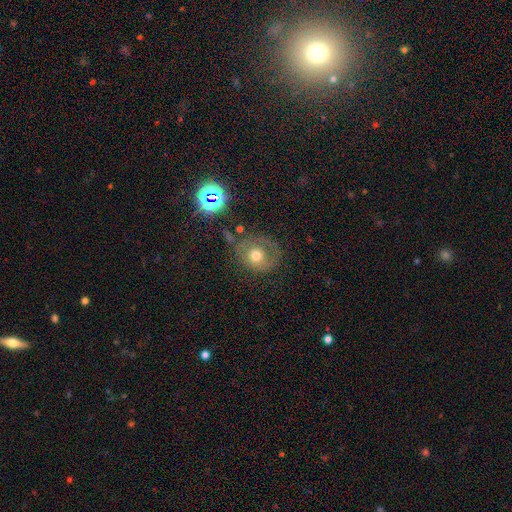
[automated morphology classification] A smooth galaxy with no disk features (50%).

Vote fractions:
- Smooth or featured? smooth: 50% / featured or disk: 36% / star or artifact: 14%
- Merging? none: 56% / minor disturbance: 22% / major disturbance: 17% / merger: 5%